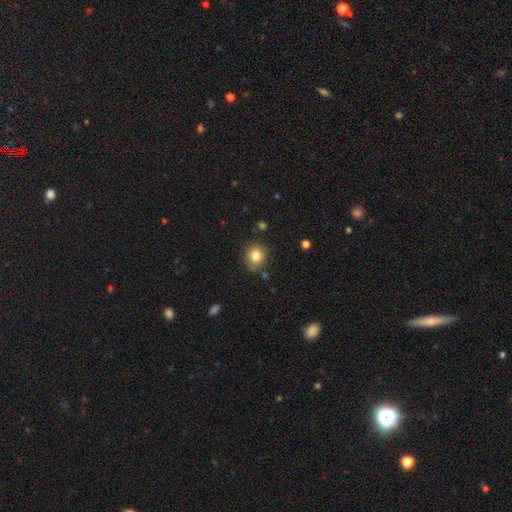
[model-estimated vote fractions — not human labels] This is clearly a smooth galaxy (82%). How rounded: clearly round (86%). Merging: clearly none (83%).